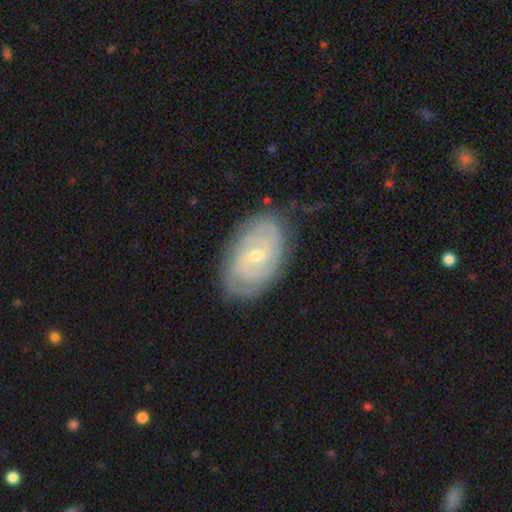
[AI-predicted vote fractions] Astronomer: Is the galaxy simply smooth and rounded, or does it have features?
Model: featured or disk — 77%.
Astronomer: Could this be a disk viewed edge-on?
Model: no — 95%.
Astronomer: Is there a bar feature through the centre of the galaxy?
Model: weak — 47% (runner-up: no, 41%).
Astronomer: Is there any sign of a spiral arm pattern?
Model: yes — 86%.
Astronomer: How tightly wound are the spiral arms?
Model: tight — 67%.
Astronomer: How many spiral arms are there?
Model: can't tell — 42% (runner-up: 2, 35%).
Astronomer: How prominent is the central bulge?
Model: small — 61% (runner-up: moderate, 36%).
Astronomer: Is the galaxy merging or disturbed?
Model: none — 76%.